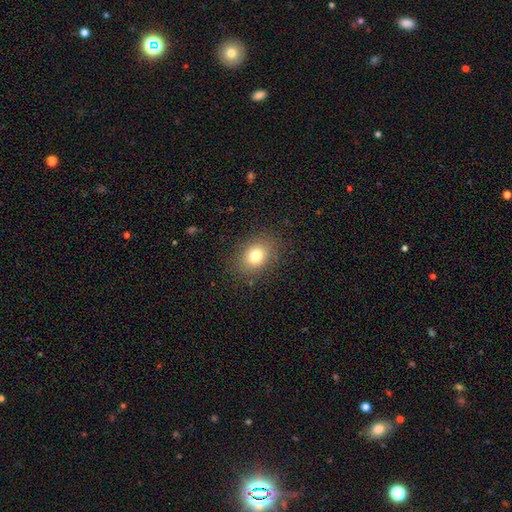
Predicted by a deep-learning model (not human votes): A smooth galaxy with no disk features (78%) that is in between round and cigar-shaped (57%).

Vote fractions:
- Smooth or featured? smooth: 78% / star or artifact: 11% / featured or disk: 10%
- How rounded? in between: 57% / round: 42% / cigar-shaped: 1%
- Merging? none: 85% / minor disturbance: 10% / major disturbance: 4% / merger: 1%